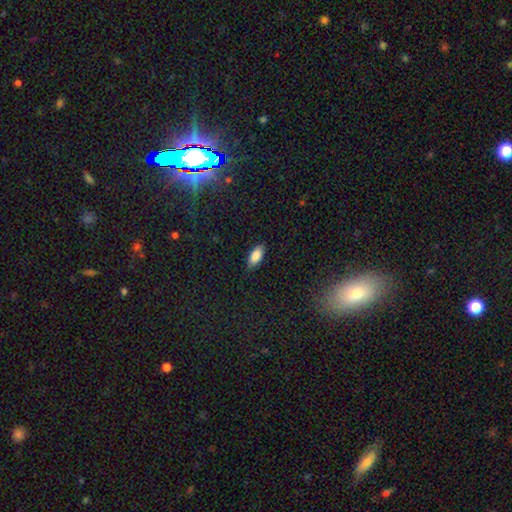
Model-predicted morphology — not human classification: Smooth or featured?
  - smooth: 87% *
  - star or artifact: 7%
  - featured or disk: 6%
How rounded?
  - in between: 89% *
  - cigar-shaped: 9%
  - round: 2%
Merging?
  - none: 84% *
  - minor disturbance: 12%
  - major disturbance: 3%
  - merger: 1%